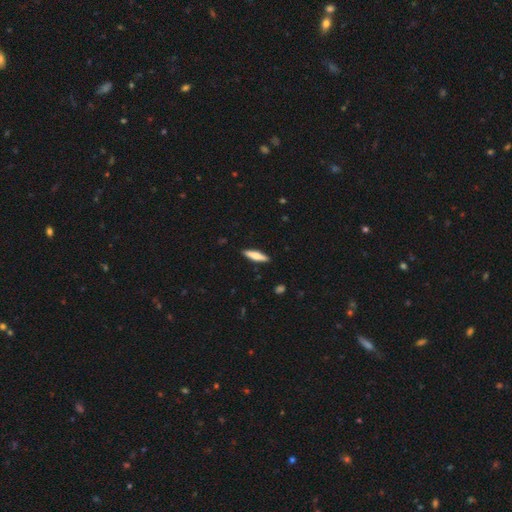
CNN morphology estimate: Smooth or featured? Predicted: smooth (p=0.66). How rounded? Predicted: cigar-shaped (p=0.76). Merging? Predicted: none (p=0.90).